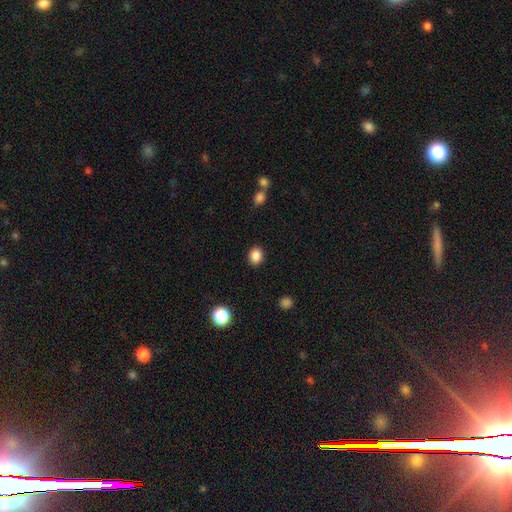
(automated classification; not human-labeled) Smooth or featured: smooth — 87% (star or artifact — 10%)
How rounded: round — 67% (in between — 32%)
Merging: none — 90% (minor disturbance — 7%)